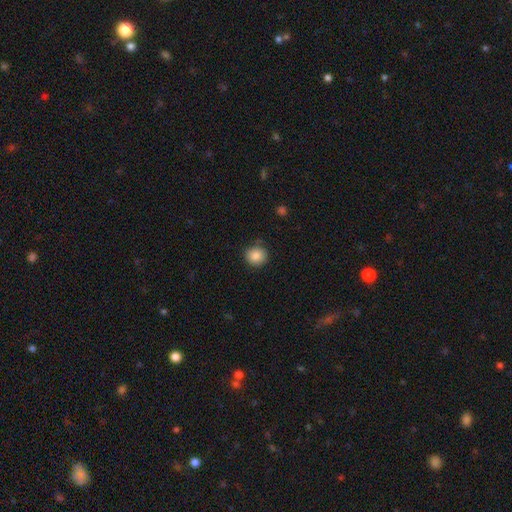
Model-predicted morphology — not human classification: A smooth galaxy with no disk features (87%) that is round (86%).

Vote fractions:
- Smooth or featured? smooth: 87% / star or artifact: 9% / featured or disk: 4%
- How rounded? round: 86% / in between: 13% / cigar-shaped: 1%
- Merging? none: 82% / minor disturbance: 13% / major disturbance: 3% / merger: 2%